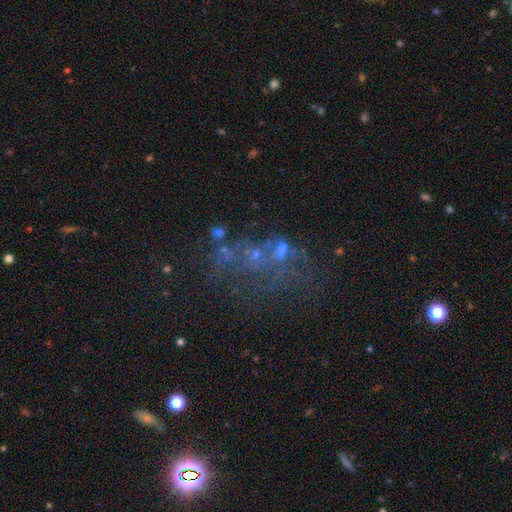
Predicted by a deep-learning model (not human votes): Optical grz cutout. It shows a featured or disk galaxy (48%). Merging: none (36%).